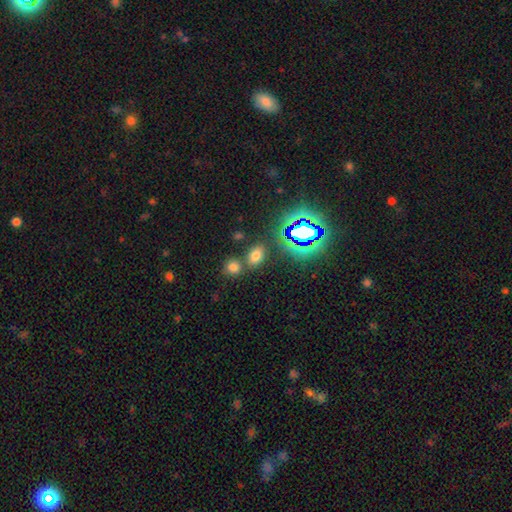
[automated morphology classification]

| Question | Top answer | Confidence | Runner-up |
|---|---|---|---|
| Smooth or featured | smooth | 65% | star or artifact (27%) |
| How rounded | in between | 77% | round (21%) |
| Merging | none | 71% | merger (17%) |